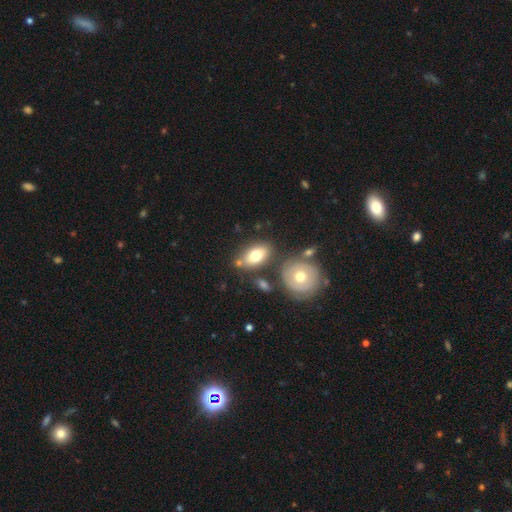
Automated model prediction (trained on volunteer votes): A smooth galaxy with no disk features (73%) that is in between round and cigar-shaped (87%). Merging: none (66%).